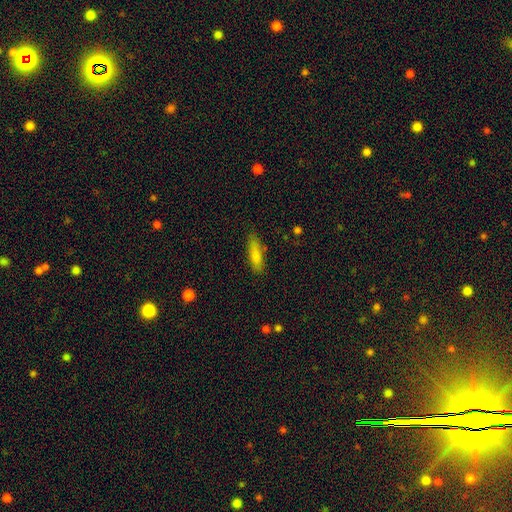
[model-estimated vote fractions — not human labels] smooth-or-featured: smooth: 77% | featured or disk: 15% | star or artifact: 8%
  how-rounded: cigar-shaped: 63% | in between: 35% | round: 2%
  merging: none: 80% | minor disturbance: 15% | major disturbance: 3% | merger: 2%